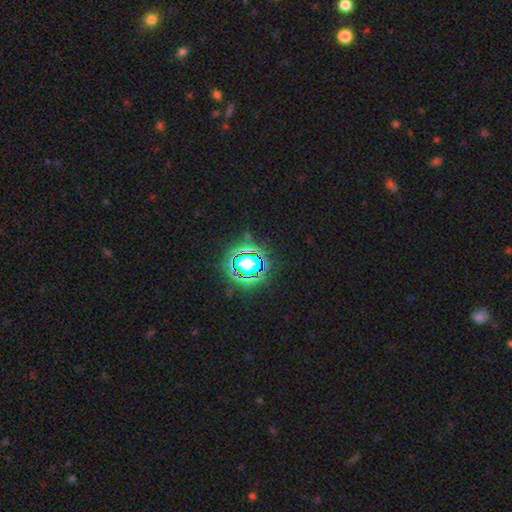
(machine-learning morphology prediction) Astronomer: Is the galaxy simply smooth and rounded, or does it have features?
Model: star or artifact — 79%.